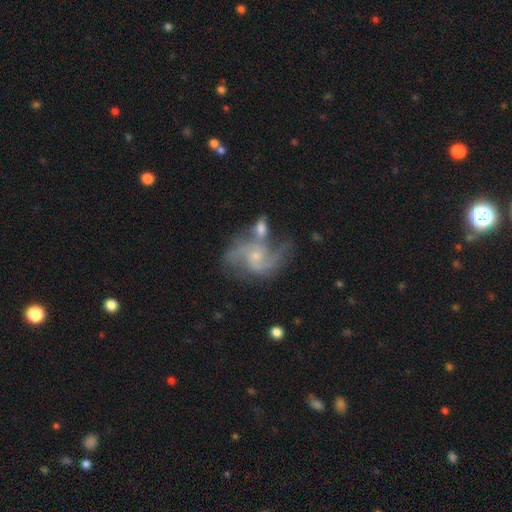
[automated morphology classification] type=featured or disk (86%); edge-on=no (98%); bar=no (59%); spiral arms=yes (96%); winding=medium (52%); arm count=2 (66%); bulge=small (66%); merging=none (43%).